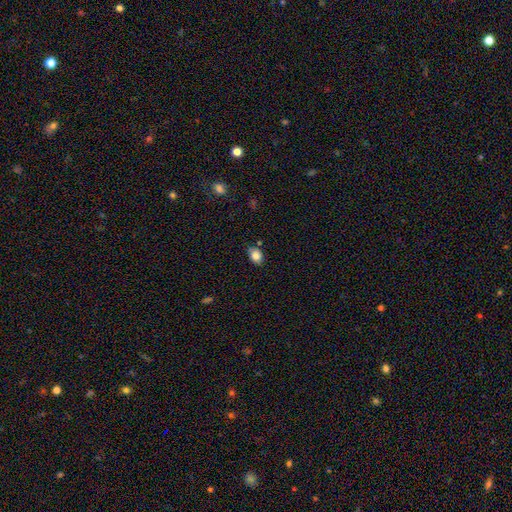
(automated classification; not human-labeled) smooth 84%, star or artifact 10%, featured or disk 6%. Down the decision tree: how rounded — in between (63%); merging — none (77%).